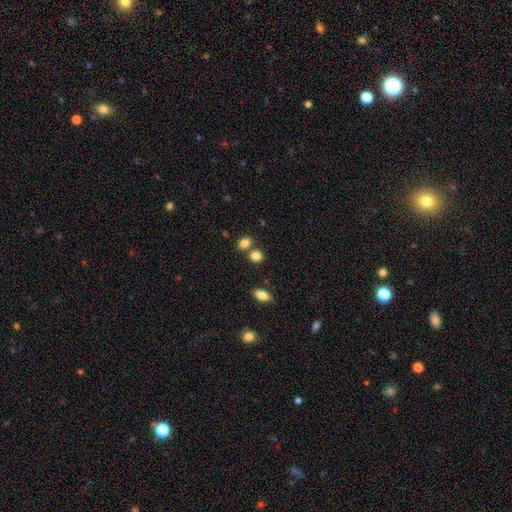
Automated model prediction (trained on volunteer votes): Smooth or featured: smooth — 84% (star or artifact — 10%)
How rounded: round — 59% (in between — 39%)
Merging: none — 65% (merger — 22%)